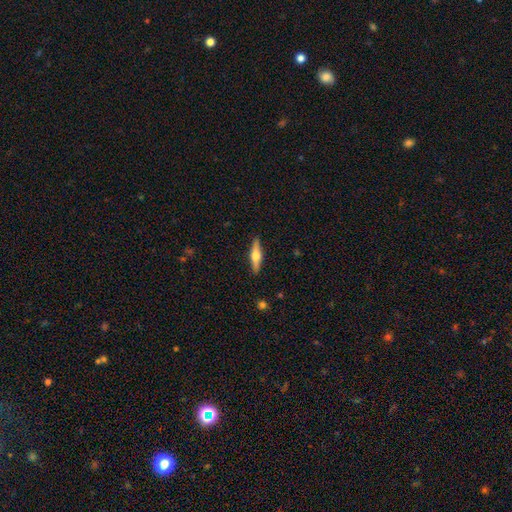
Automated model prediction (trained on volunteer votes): Q: Smooth or featured?
A: featured or disk (59%); runner-up: smooth (35%)
Q: Edge-on disk?
A: yes (96%); runner-up: no (4%)
Q: Edge-on bulge?
A: rounded (94%); runner-up: boxy (4%)
Q: Merging?
A: none (90%); runner-up: minor disturbance (7%)